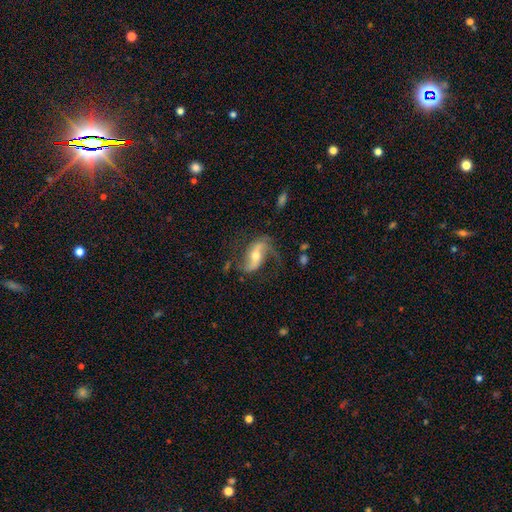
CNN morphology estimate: type=featured or disk (84%); edge-on=no (94%); bar=strong (37%); spiral arms=yes (95%); winding=loose (68%); arm count=2 (90%); bulge=moderate (63%); merging=none (68%).